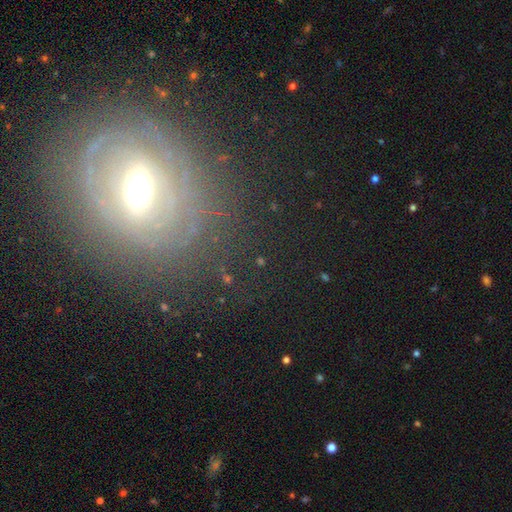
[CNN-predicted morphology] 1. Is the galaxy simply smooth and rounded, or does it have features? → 68% featured or disk, 17% star or artifact, 15% smooth.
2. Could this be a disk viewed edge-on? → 86% no, 14% yes.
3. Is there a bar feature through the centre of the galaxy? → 37% strong, 36% weak, 27% no.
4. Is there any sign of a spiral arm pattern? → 61% yes, 39% no.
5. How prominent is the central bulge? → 62% moderate, 20% large, 12% small, 4% dominant, 2% none.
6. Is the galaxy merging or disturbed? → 79% none, 12% minor disturbance, 7% major disturbance, 2% merger.